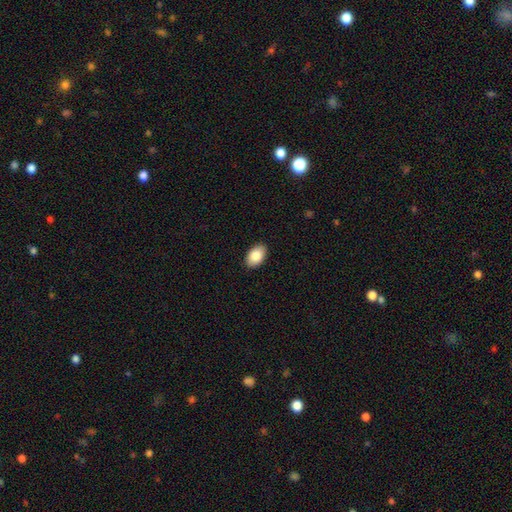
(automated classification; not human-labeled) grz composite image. It shows a smooth galaxy with no disk features (87%) that is in between round and cigar-shaped (91%). Merging: none (89%).